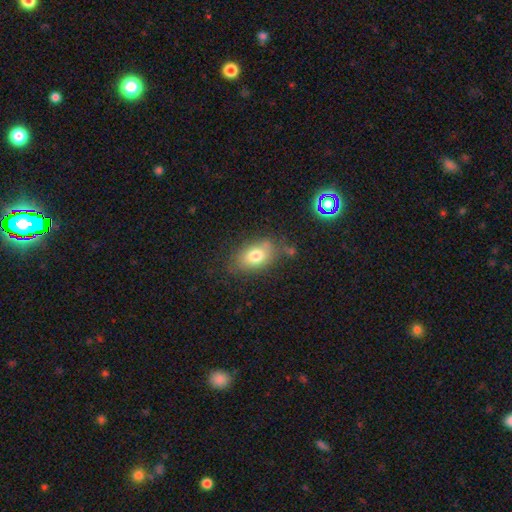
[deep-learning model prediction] This appears to be a smooth galaxy with no disk features (76%) that is in between round and cigar-shaped (85%). Merging: none (70%).